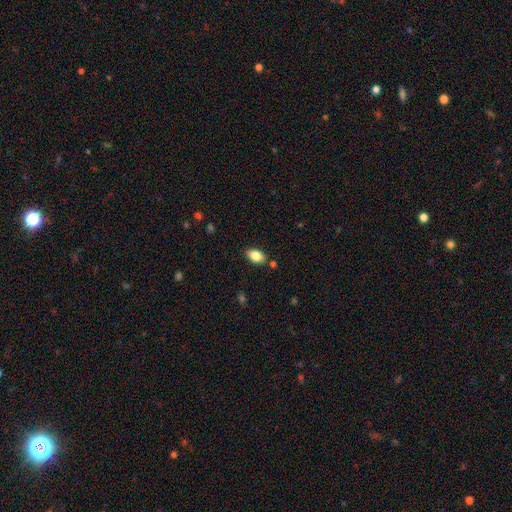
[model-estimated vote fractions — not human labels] smooth 83%, featured or disk 9%, star or artifact 8%. Down the decision tree: how rounded — in between (92%); merging — none (84%).